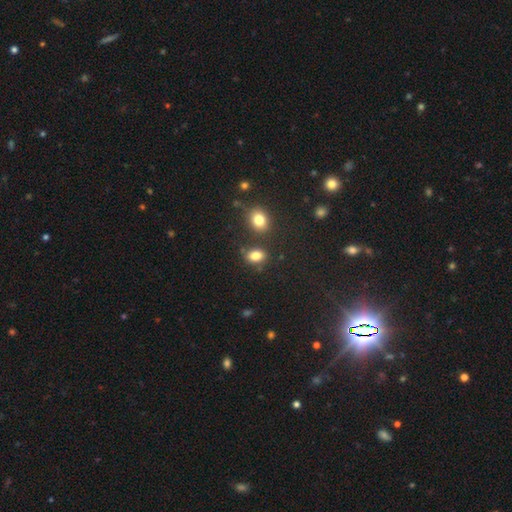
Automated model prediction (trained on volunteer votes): This is clearly a smooth galaxy (82%). How rounded: likely in between (74%). Merging: likely none (72%).